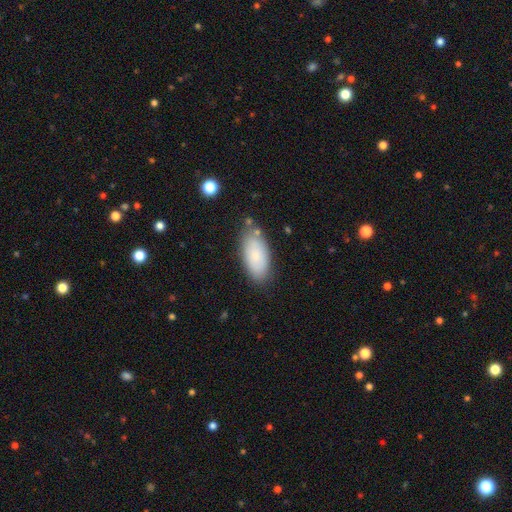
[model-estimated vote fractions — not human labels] Smooth or featured?
  - smooth: 81% *
  - featured or disk: 12%
  - star or artifact: 6%
How rounded?
  - in between: 90% *
  - cigar-shaped: 8%
  - round: 2%
Merging?
  - none: 75% *
  - minor disturbance: 17%
  - merger: 4%
  - major disturbance: 4%